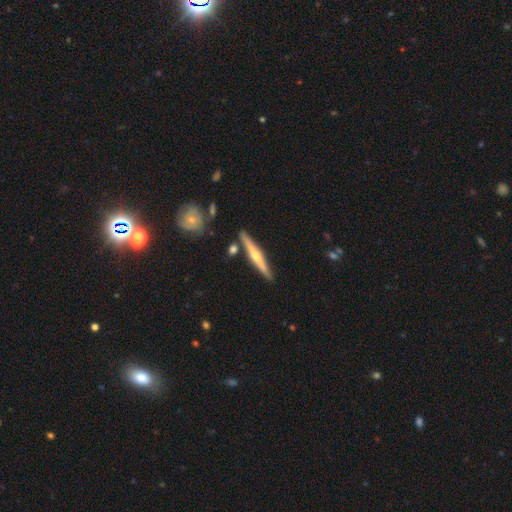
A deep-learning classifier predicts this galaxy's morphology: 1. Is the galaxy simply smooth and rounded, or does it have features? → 71% featured or disk, 23% smooth, 5% star or artifact.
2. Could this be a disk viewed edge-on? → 98% yes, 2% no.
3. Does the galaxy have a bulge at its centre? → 88% rounded, 8% none, 4% boxy.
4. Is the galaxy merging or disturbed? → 87% none, 7% minor disturbance, 4% merger, 2% major disturbance.